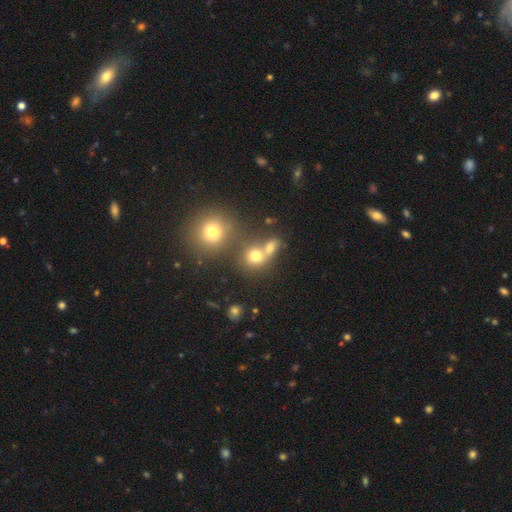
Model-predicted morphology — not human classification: Smooth or featured? Predicted: smooth (p=0.73). How rounded? Predicted: round (p=0.78). Merging? Predicted: none (p=0.44).